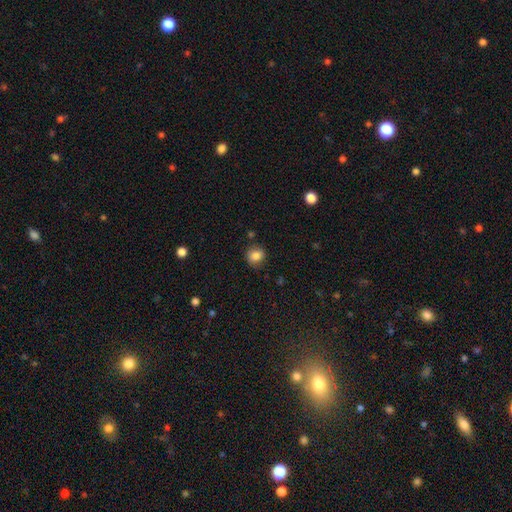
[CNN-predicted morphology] This appears to be a smooth galaxy with no disk features (84%) that is round (76%). Merging: none (82%).